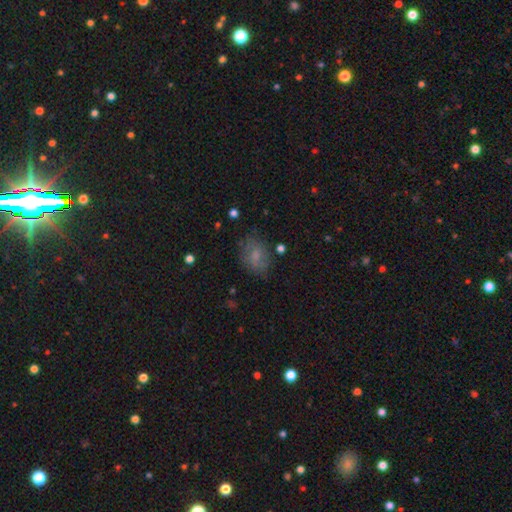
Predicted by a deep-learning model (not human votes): Smooth or featured? Predicted: smooth (p=0.68). How rounded? Predicted: in between (p=0.65). Merging? Predicted: none (p=0.70).